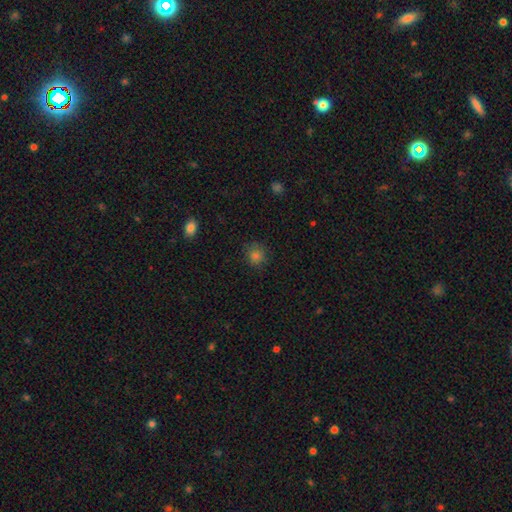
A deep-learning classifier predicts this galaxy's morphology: A smooth galaxy with no disk features (79%) that is round (88%).

Vote fractions:
- Smooth or featured? smooth: 79% / star or artifact: 16% / featured or disk: 5%
- How rounded? round: 88% / in between: 11% / cigar-shaped: 1%
- Merging? none: 84% / minor disturbance: 12% / major disturbance: 3% / merger: 1%